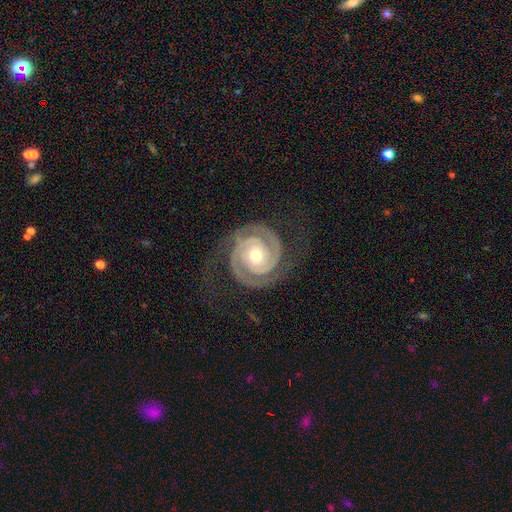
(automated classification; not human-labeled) A featured or disk galaxy (93%) with no bar (66%), 2 (90%) tight (80%) spiral arms (99%) and a moderate central bulge (60%).

Vote fractions:
- Smooth or featured? featured or disk: 93% / star or artifact: 4% / smooth: 3%
- Edge-on disk? no: 98% / yes: 2%
- Bar? no: 66% / weak: 21% / strong: 13%
- Spiral arms? yes: 99% / no: 1%
- Spiral winding? tight: 80% / medium: 17% / loose: 2%
- Spiral arm count? 2: 90% / 3: 4% / can't tell: 2% / 1: 1% / 4: 1% / more than 4: 1%
- Bulge size? moderate: 60% / small: 36% / large: 3% / none: 1% / dominant: 1%
- Merging? none: 78% / minor disturbance: 13% / major disturbance: 7% / merger: 1%